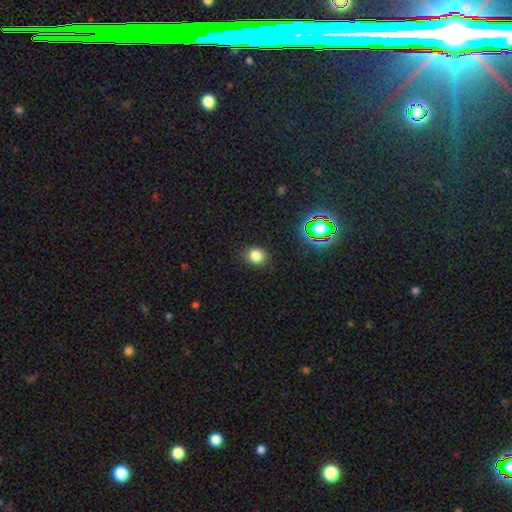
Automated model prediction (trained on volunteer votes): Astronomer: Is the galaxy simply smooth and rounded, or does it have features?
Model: smooth — 79%.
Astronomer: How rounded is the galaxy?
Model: round — 69%.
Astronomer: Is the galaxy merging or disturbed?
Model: none — 86%.